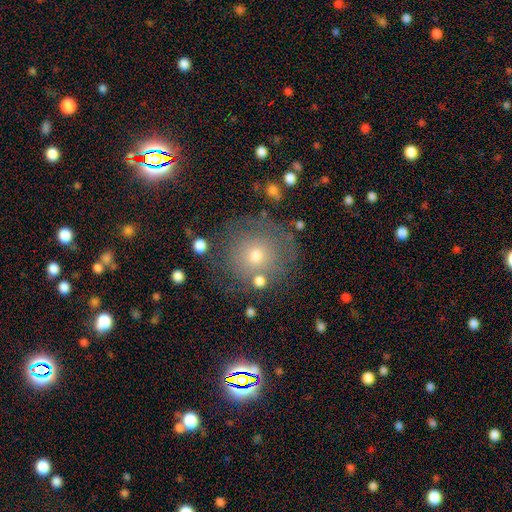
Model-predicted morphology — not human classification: Smooth or featured: smooth — 60% (featured or disk — 24%)
How rounded: round — 92% (in between — 7%)
Merging: none — 75% (minor disturbance — 13%)